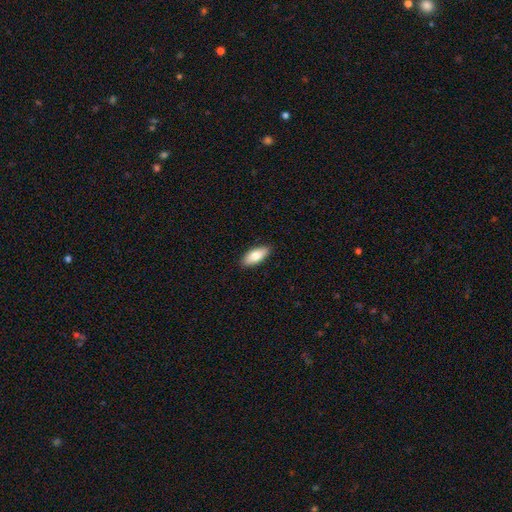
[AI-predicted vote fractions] Overall: smooth (82%). How rounded: in between (84%). Merging: none (88%).